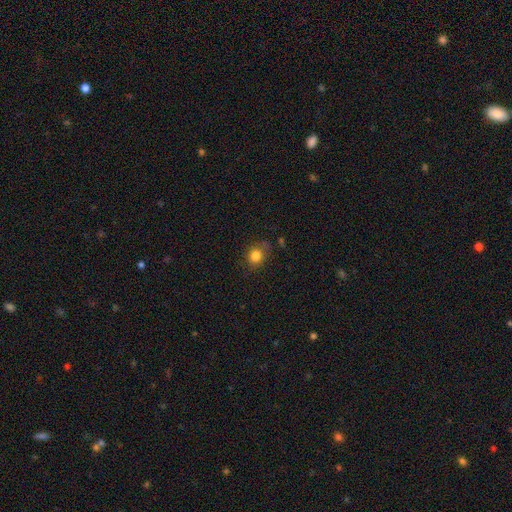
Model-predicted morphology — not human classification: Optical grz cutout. It shows a smooth galaxy with no disk features (82%) that is round (72%). Merging: none (72%).